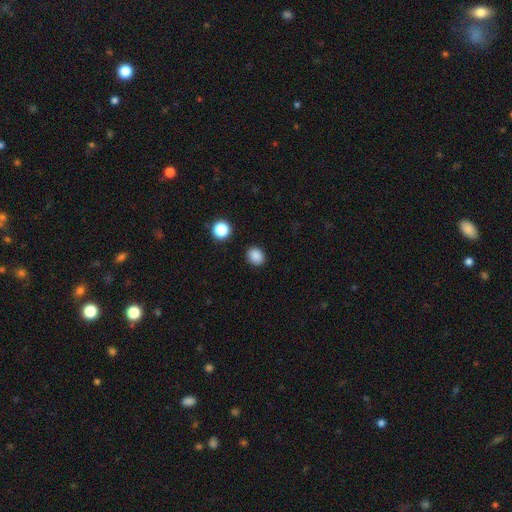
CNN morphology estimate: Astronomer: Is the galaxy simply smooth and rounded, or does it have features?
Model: smooth — 86%.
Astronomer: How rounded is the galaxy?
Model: round — 55% (runner-up: in between, 44%).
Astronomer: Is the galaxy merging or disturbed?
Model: none — 88%.